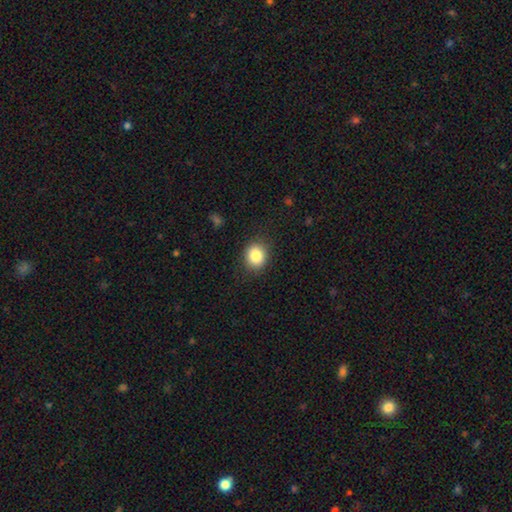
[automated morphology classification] Smooth or featured: smooth — 85% (star or artifact — 9%)
How rounded: round — 71% (in between — 28%)
Merging: none — 85% (minor disturbance — 11%)